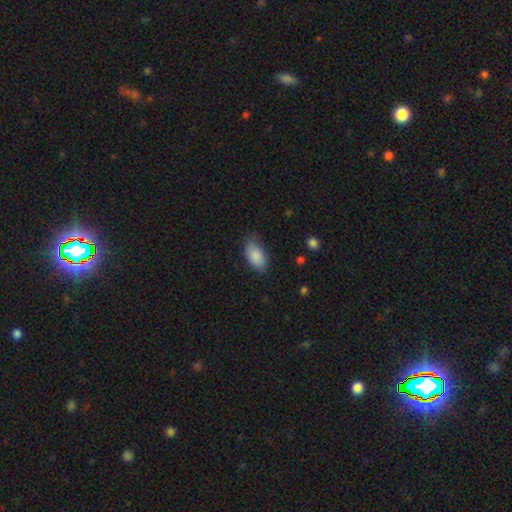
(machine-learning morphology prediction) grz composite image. It shows a smooth galaxy with no disk features (87%) that is in between round and cigar-shaped (93%). Merging: none (74%).